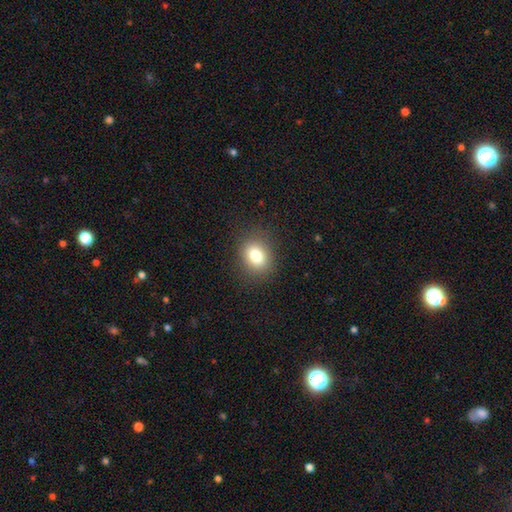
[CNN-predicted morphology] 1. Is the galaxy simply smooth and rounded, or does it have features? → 80% smooth, 11% star or artifact, 9% featured or disk.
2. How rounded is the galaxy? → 55% round, 44% in between, 1% cigar-shaped.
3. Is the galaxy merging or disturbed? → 87% none, 9% minor disturbance, 3% major disturbance, 1% merger.